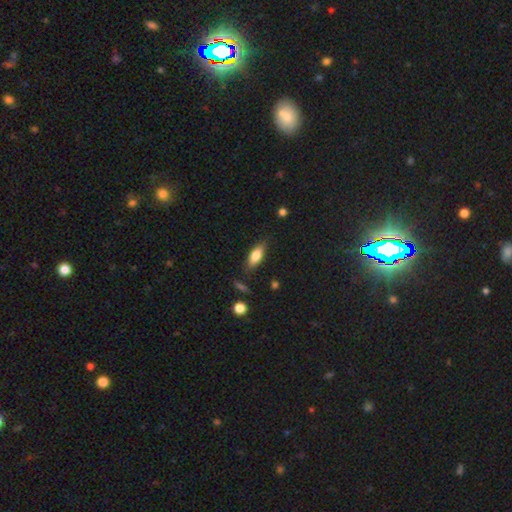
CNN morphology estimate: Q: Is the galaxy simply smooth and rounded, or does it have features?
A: smooth — 77%.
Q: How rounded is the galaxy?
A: in between — 74%.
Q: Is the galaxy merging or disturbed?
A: none — 79%.